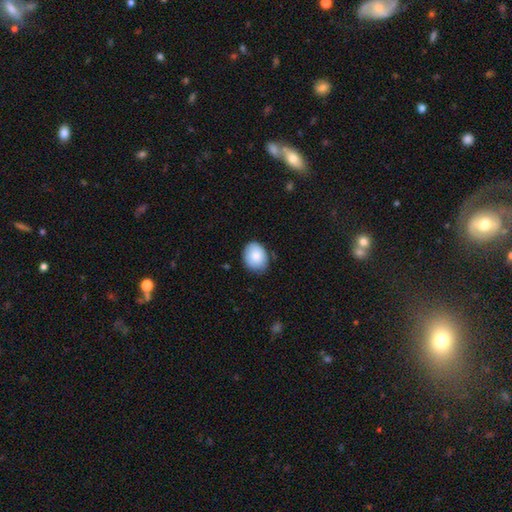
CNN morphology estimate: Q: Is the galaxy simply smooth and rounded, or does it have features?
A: smooth — 85%.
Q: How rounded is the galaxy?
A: in between — 54%.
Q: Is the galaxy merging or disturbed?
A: none — 74%.